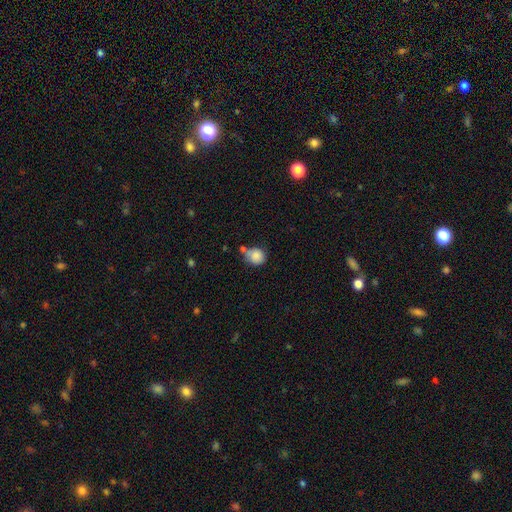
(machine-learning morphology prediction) type=smooth (84%); roundness=round (76%); merging=none (53%).